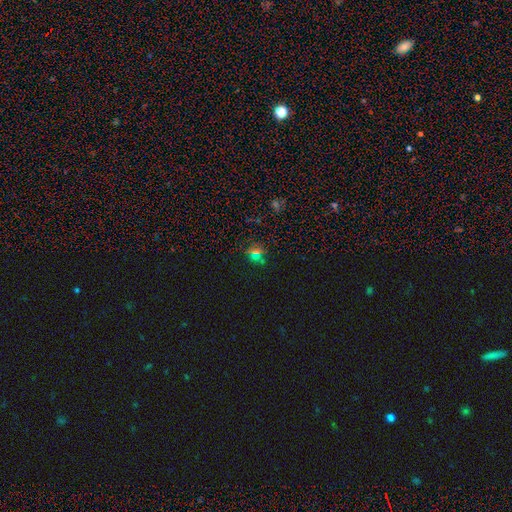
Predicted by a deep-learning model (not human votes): The model was most divided on "smooth or featured": star or artifact: 49%, smooth: 40%, featured or disk: 10%.